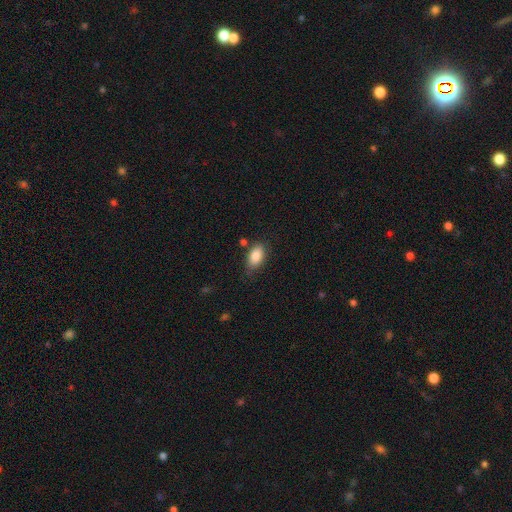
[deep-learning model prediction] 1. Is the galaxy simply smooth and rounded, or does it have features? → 85% smooth, 8% featured or disk, 7% star or artifact.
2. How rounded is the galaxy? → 92% in between, 6% round, 3% cigar-shaped.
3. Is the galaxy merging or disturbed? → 75% none, 16% minor disturbance, 5% merger, 4% major disturbance.